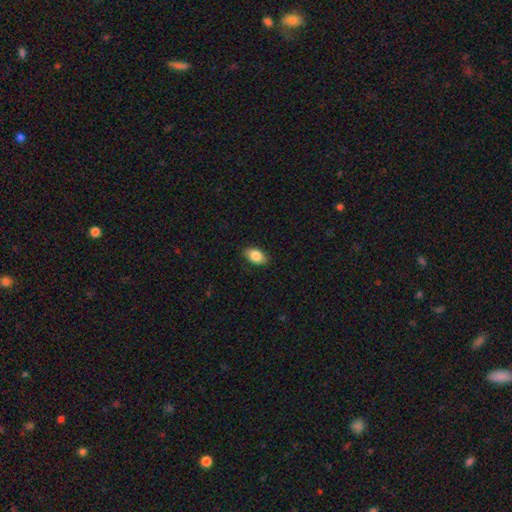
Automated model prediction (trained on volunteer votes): This is clearly a smooth galaxy (85%). How rounded: clearly in between (91%). Merging: clearly none (87%).